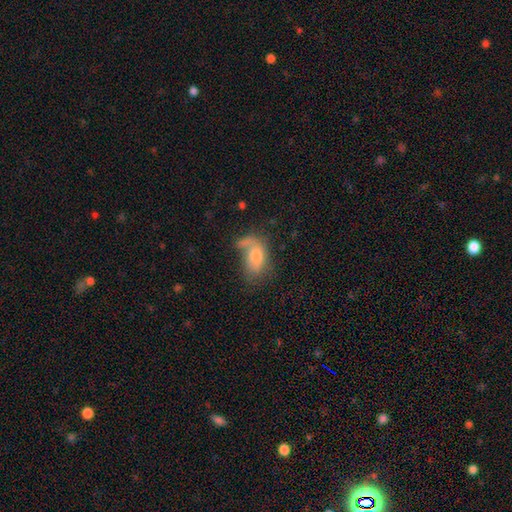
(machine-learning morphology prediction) Smooth or featured?
  - smooth: 60% *
  - featured or disk: 30%
  - star or artifact: 10%
How rounded?
  - in between: 88% *
  - round: 9%
  - cigar-shaped: 4%
Merging?
  - none: 32% *
  - major disturbance: 29%
  - minor disturbance: 21%
  - merger: 18%